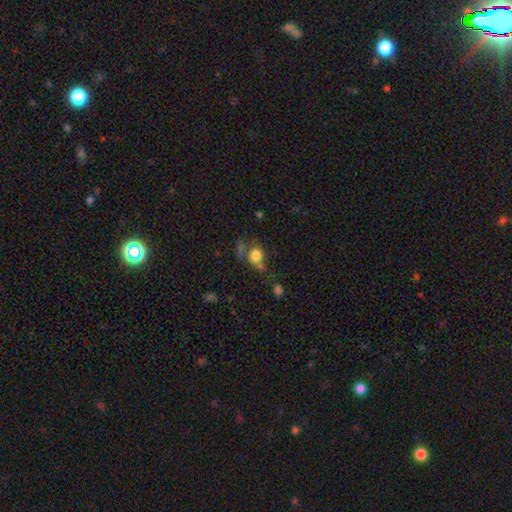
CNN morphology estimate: Smooth or featured? smooth (76%)
How rounded? round (62%)
Merging? none (41%)